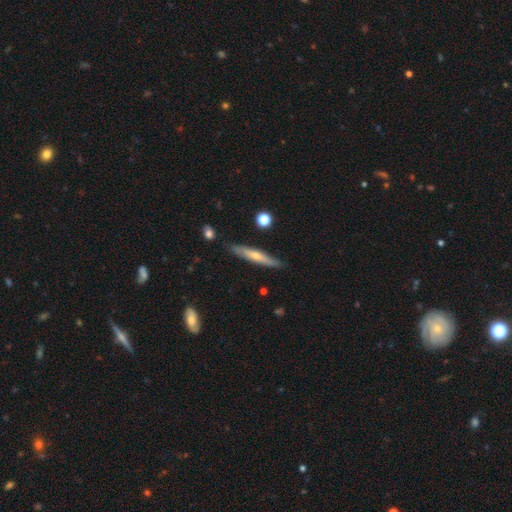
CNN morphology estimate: smooth-or-featured: featured or disk: 48% | smooth: 46% | star or artifact: 6%
  merging: none: 85% | minor disturbance: 11% | merger: 2% | major disturbance: 2%